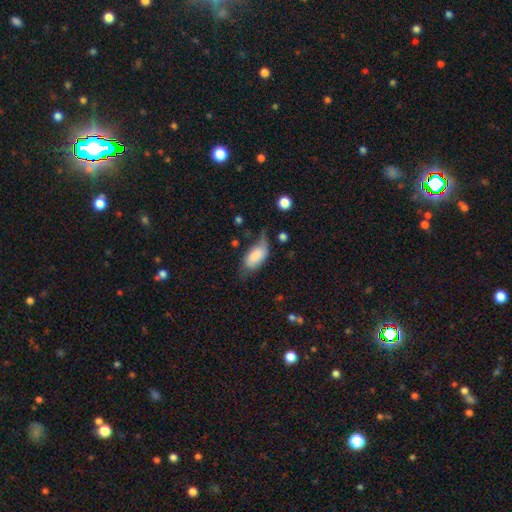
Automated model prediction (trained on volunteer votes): A smooth galaxy with no disk features (74%) that is in between round and cigar-shaped (93%). Merging: minor disturbance (39%).